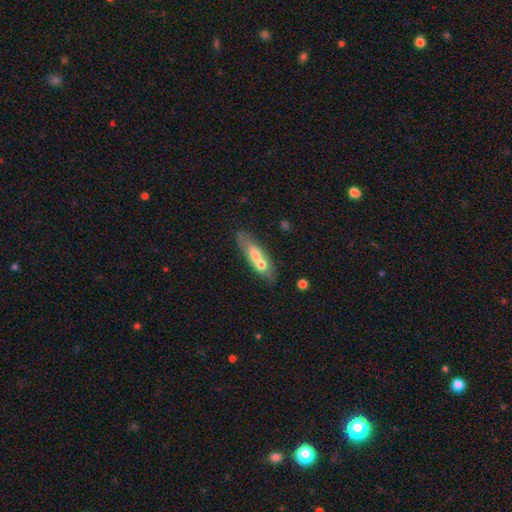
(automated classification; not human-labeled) A smooth galaxy with no disk features (55%) that is in between round and cigar-shaped (51%). Merging: none (43%).